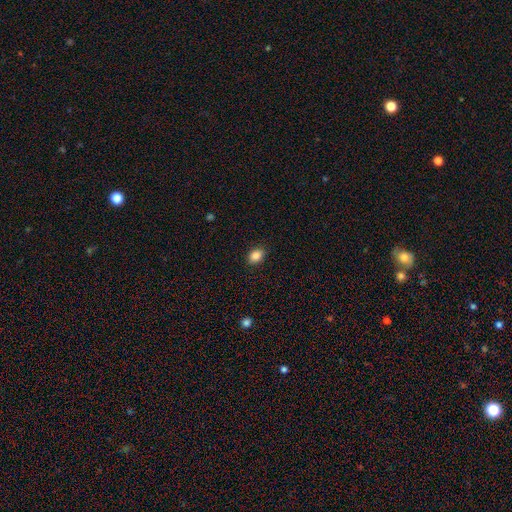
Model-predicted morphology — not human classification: The model was most divided on "how rounded": in between: 70%, round: 28%, cigar-shaped: 1%. More confident: merging — none (88%); smooth or featured — smooth (87%).